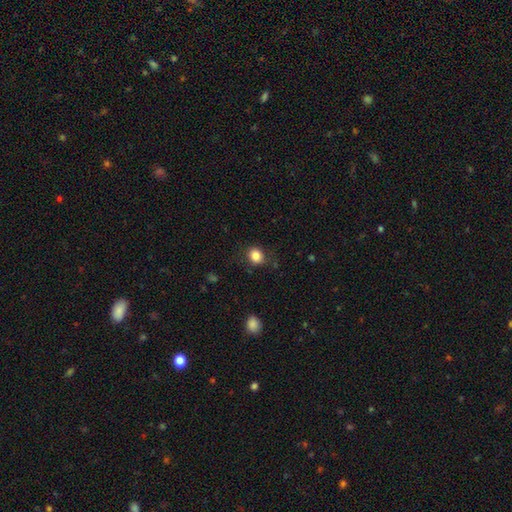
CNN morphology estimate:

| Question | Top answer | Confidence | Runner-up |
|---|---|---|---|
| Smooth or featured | smooth | 85% | star or artifact (10%) |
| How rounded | round | 69% | in between (30%) |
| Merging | none | 82% | minor disturbance (13%) |